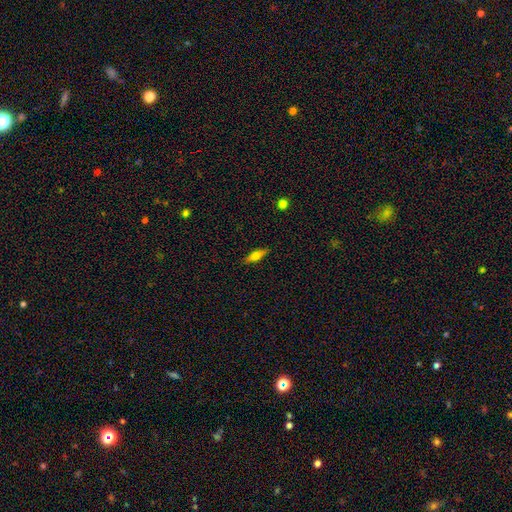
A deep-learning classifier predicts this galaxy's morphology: smooth_or_featured: smooth (p=0.52) [alt: featured or disk p=0.40]
how_rounded: cigar-shaped (p=0.55) [alt: in between p=0.42]
merging: none (p=0.87) [alt: minor disturbance p=0.10]